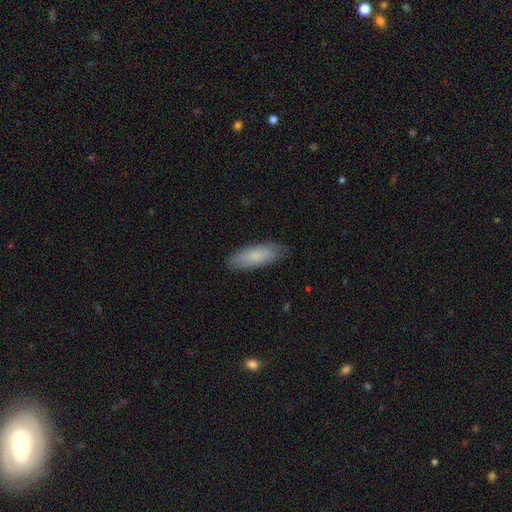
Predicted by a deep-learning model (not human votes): Smooth or featured?
  - smooth: 81% *
  - featured or disk: 13%
  - star or artifact: 6%
How rounded?
  - in between: 63% *
  - cigar-shaped: 35%
  - round: 2%
Merging?
  - none: 85% *
  - minor disturbance: 11%
  - major disturbance: 2%
  - merger: 1%